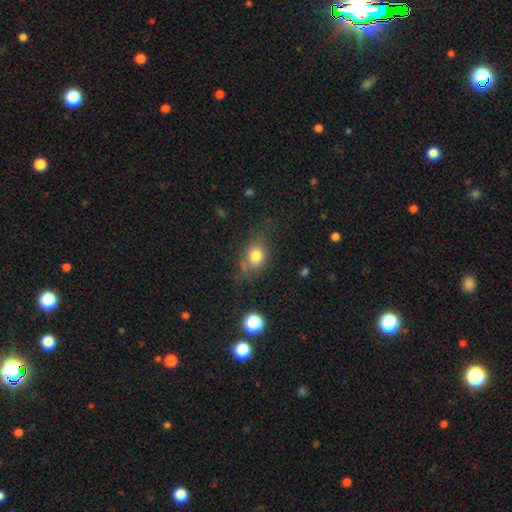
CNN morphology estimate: smooth_or_featured: smooth (p=0.78) [alt: star or artifact p=0.12]
how_rounded: in between (p=0.54) [alt: round p=0.45]
merging: none (p=0.65) [alt: minor disturbance p=0.23]